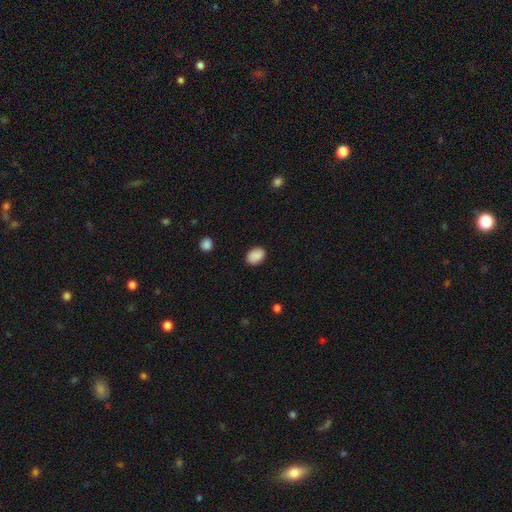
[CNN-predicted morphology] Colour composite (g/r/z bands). It shows a smooth galaxy with no disk features (89%) that is in between round and cigar-shaped (74%). Merging: none (87%).